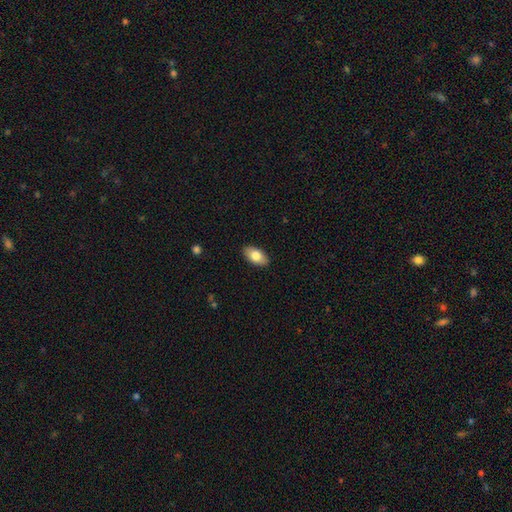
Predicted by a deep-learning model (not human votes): Smooth or featured? smooth (81%)
How rounded? in between (94%)
Merging? none (89%)